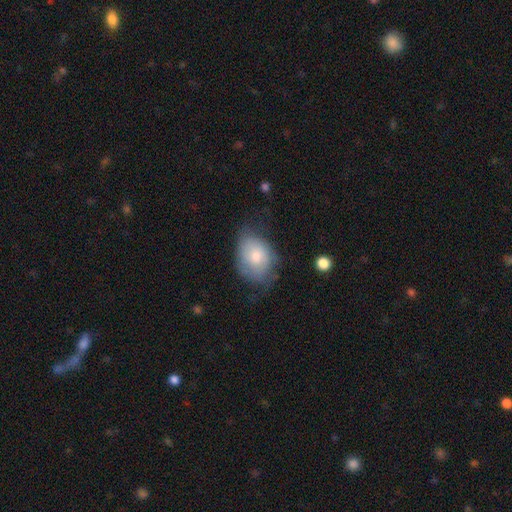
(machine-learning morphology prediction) smooth 70%, featured or disk 23%, star or artifact 7%. Down the decision tree: how rounded — in between (75%); merging — none (46%).